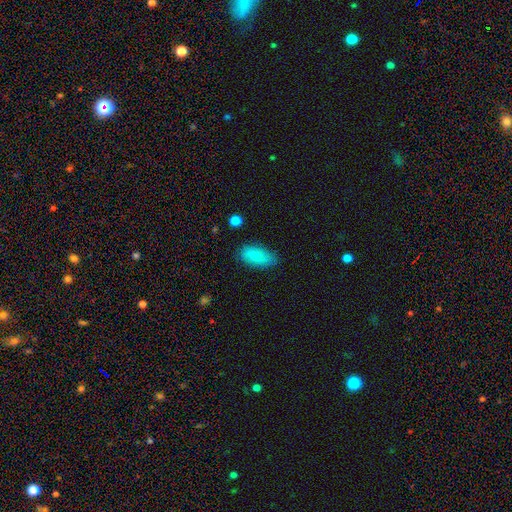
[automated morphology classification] smooth-or-featured: smooth: 87% | star or artifact: 7% | featured or disk: 6%
  how-rounded: in between: 89% | cigar-shaped: 8% | round: 3%
  merging: none: 81% | minor disturbance: 15% | major disturbance: 3% | merger: 1%